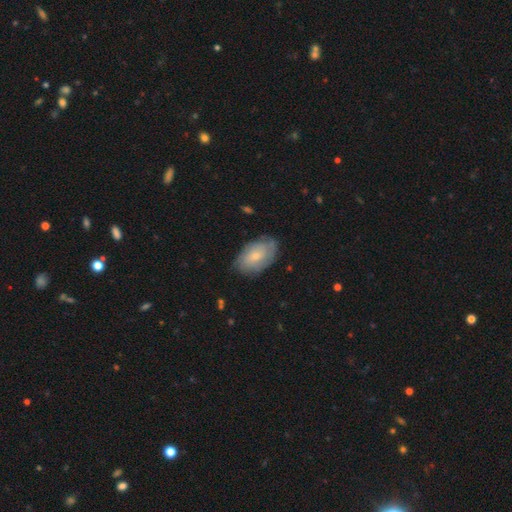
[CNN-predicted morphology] Smooth or featured: smooth — 51% (featured or disk — 42%)
How rounded: in between — 91% (round — 7%)
Merging: none — 73% (minor disturbance — 21%)